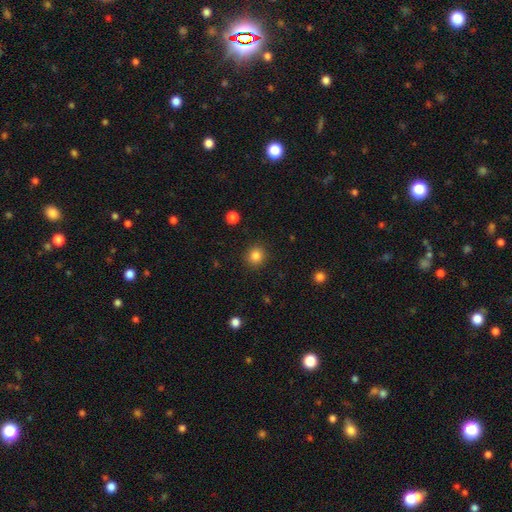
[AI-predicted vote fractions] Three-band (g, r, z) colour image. It shows a smooth galaxy with no disk features (84%) that is round (87%). Merging: none (90%).